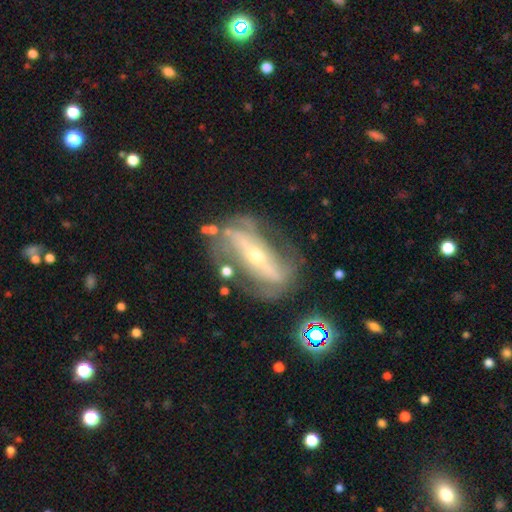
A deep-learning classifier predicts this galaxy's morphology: Smooth or featured? featured or disk (80%)
Edge-on disk? no (78%)
Bar? strong (58%)
Spiral arms? yes (71%)
Bulge size? small (59%)
Merging? none (61%)